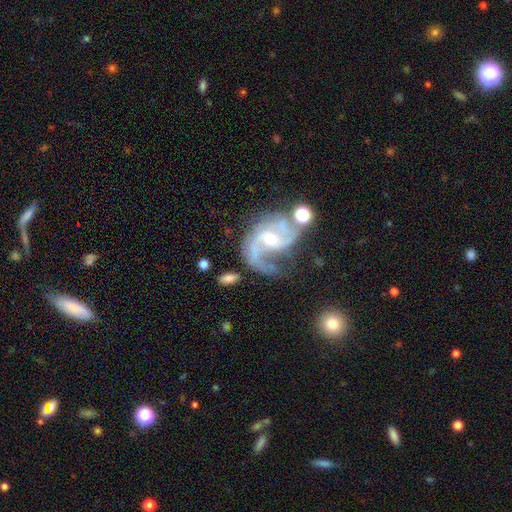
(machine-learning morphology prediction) smooth-or-featured: featured or disk: 89% | star or artifact: 7% | smooth: 5%
  disk-edge-on: no: 98% | yes: 2%
    bar: no: 44% | weak: 39% | strong: 17%
    has-spiral-arms: yes: 97% | no: 3%
      spiral-winding: medium: 51% | loose: 27% | tight: 22%
      spiral-arm-count: 2: 71% | 1: 10% | 3: 8% | can't tell: 6% | 4: 2% | more than 4: 2%
    bulge-size: small: 50% | moderate: 46% | large: 2% | none: 2% | dominant: 1%
  merging: none: 45% | minor disturbance: 20% | major disturbance: 20% | merger: 15%